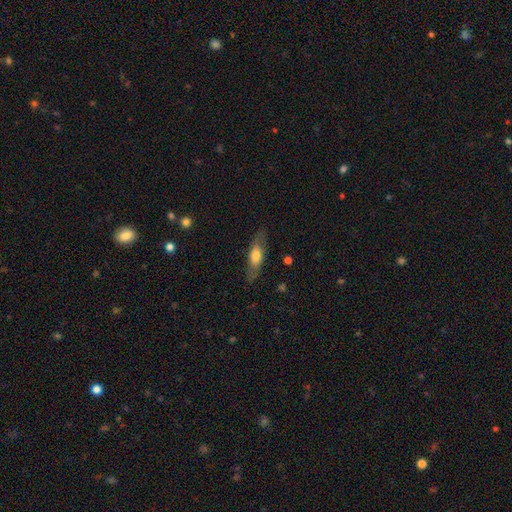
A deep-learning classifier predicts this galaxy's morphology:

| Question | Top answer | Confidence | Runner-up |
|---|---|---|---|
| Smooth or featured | smooth | 56% | featured or disk (38%) |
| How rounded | in between | 49% | cigar-shaped (48%) |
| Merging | none | 80% | minor disturbance (14%) |